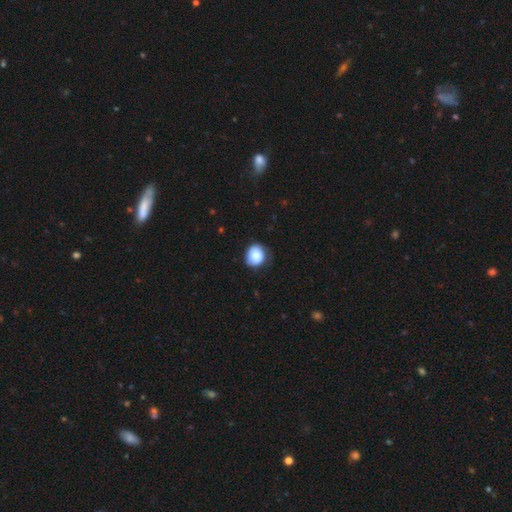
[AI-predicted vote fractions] Overall: smooth (83%). How rounded: round (74%). Merging: none (69%).